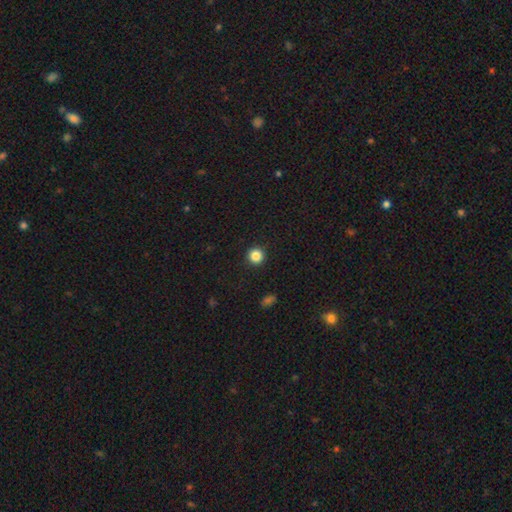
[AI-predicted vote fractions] The model was most divided on "smooth or featured": smooth: 86%, star or artifact: 11%, featured or disk: 4%. More confident: how rounded — round (95%); merging — none (93%).